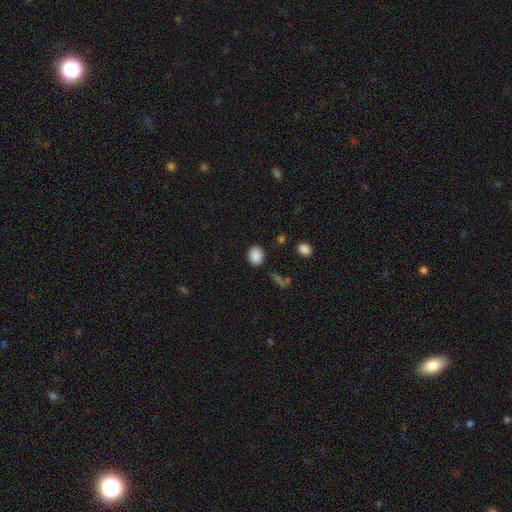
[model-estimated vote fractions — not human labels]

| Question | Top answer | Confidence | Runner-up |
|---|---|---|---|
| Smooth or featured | smooth | 87% | star or artifact (10%) |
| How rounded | round | 60% | in between (39%) |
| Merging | none | 86% | minor disturbance (9%) |